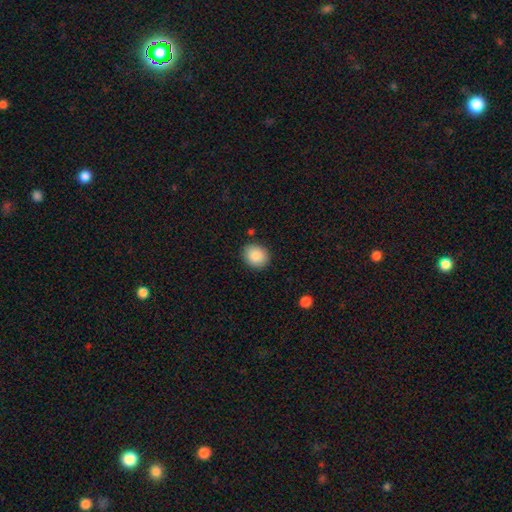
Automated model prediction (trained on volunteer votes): Morphology: type=smooth (88%); roundness=round (68%); merging=none (87%).